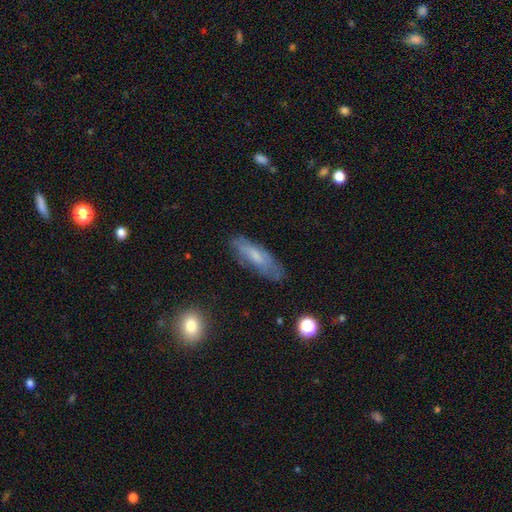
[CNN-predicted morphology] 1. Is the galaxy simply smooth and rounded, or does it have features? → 56% smooth, 36% featured or disk, 8% star or artifact.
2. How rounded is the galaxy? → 50% cigar-shaped, 48% in between, 2% round.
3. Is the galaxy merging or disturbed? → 71% none, 21% minor disturbance, 6% major disturbance, 2% merger.